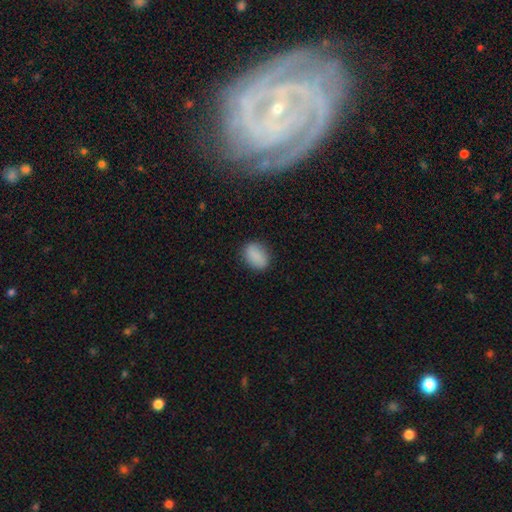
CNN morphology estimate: smooth-or-featured: smooth: 87% | star or artifact: 8% | featured or disk: 5%
  how-rounded: in between: 75% | round: 23% | cigar-shaped: 2%
  merging: none: 84% | minor disturbance: 12% | major disturbance: 3% | merger: 1%